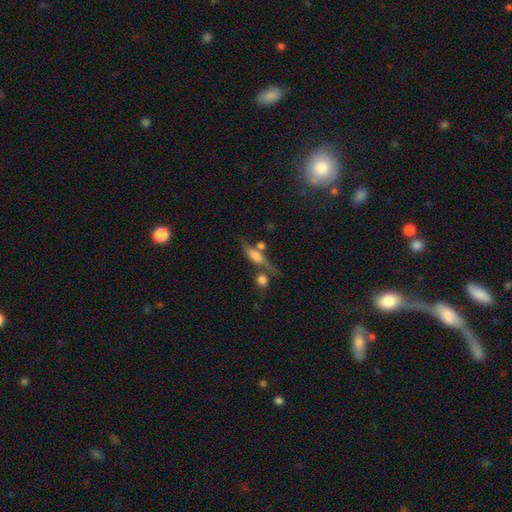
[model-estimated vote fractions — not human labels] featured or disk 52%, smooth 37%, star or artifact 11%. Down the decision tree: edge-on disk — yes (75%); merging — none (47%).